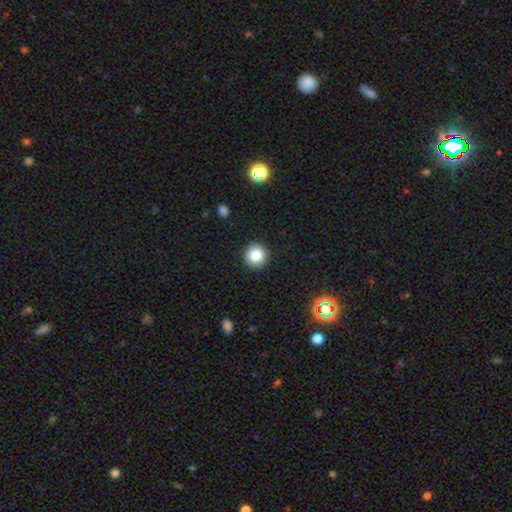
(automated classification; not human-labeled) A smooth galaxy with no disk features (84%) that is round (94%).

Vote fractions:
- Smooth or featured? smooth: 84% / star or artifact: 11% / featured or disk: 5%
- How rounded? round: 94% / in between: 5% / cigar-shaped: 1%
- Merging? none: 91% / minor disturbance: 6% / major disturbance: 2% / merger: 1%